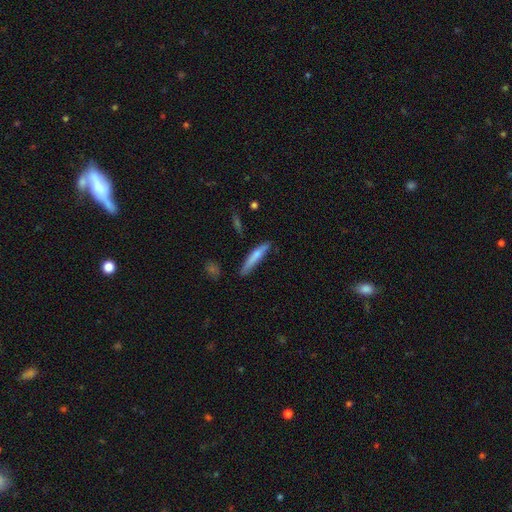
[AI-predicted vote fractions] Morphology: type=smooth (71%); roundness=cigar-shaped (89%); merging=none (72%).